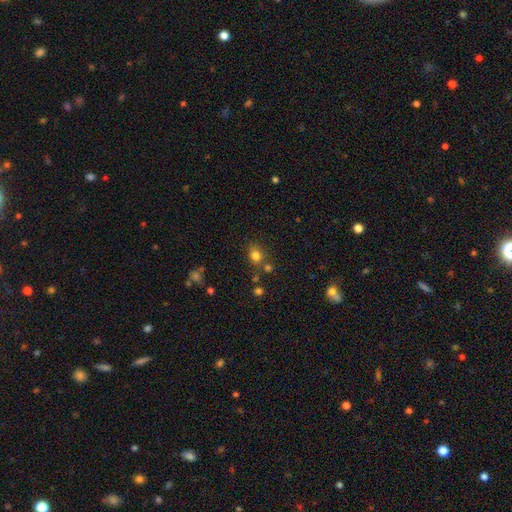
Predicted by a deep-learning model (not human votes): smooth 78%, star or artifact 15%, featured or disk 7%. Down the decision tree: how rounded — round (61%); merging — none (70%).